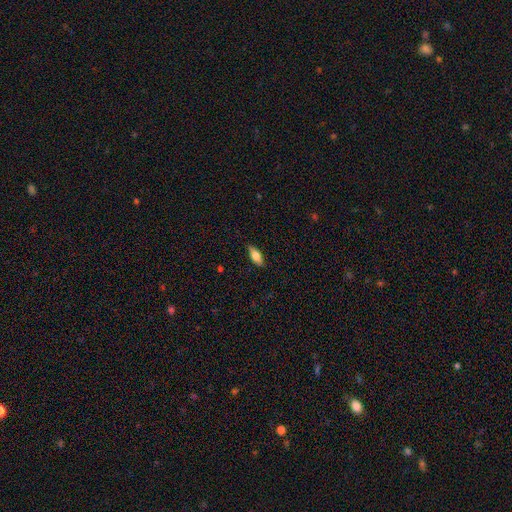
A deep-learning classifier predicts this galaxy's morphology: Overall: smooth (73%). How rounded: in between (78%). Merging: none (86%).